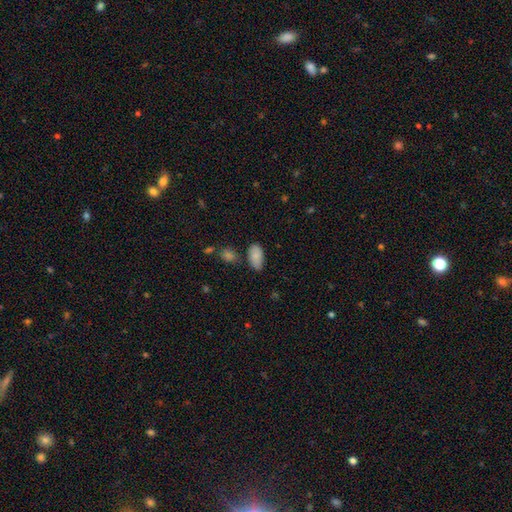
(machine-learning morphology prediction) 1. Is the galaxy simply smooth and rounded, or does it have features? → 84% smooth, 8% featured or disk, 7% star or artifact.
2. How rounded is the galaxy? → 94% in between, 4% round, 3% cigar-shaped.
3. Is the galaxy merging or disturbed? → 71% none, 19% minor disturbance, 6% merger, 4% major disturbance.